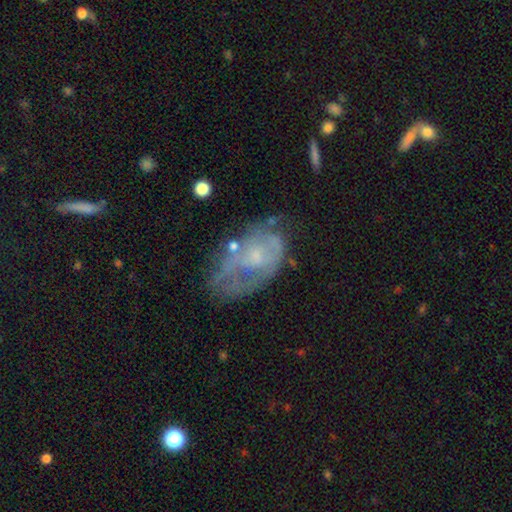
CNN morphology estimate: Smooth or featured? Predicted: featured or disk (p=0.60). Edge-on disk? Predicted: no (p=0.95). Bar? Predicted: no (p=0.77). Spiral arms? Predicted: no (p=0.57). Bulge size? Predicted: small (p=0.49). Merging? Predicted: none (p=0.39).